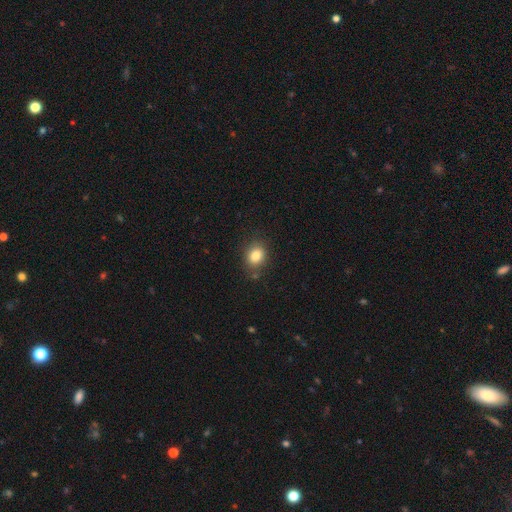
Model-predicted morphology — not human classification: Smooth or featured? smooth (83%)
How rounded? round (50%)
Merging? none (81%)